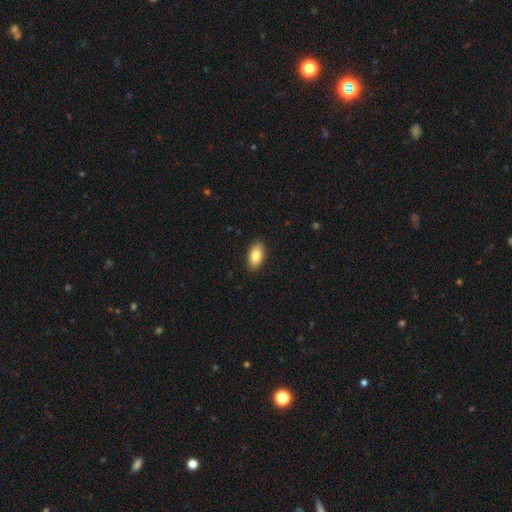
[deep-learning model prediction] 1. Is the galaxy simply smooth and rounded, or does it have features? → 84% smooth, 10% featured or disk, 7% star or artifact.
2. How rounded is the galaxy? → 93% in between, 4% round, 3% cigar-shaped.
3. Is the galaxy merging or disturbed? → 89% none, 8% minor disturbance, 2% major disturbance, 1% merger.